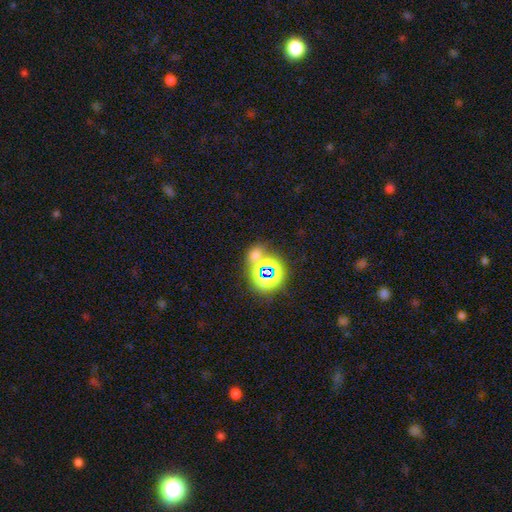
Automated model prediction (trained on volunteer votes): Q: Smooth or featured?
A: star or artifact (50%); runner-up: smooth (42%)